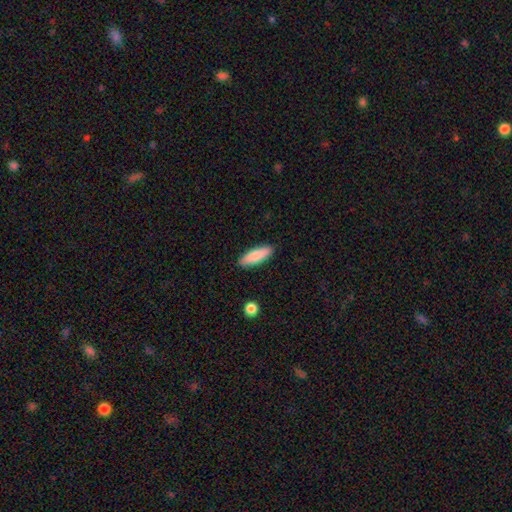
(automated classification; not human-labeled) Smooth or featured?
  - smooth: 85% *
  - featured or disk: 10%
  - star or artifact: 6%
How rounded?
  - in between: 54% *
  - cigar-shaped: 45%
  - round: 2%
Merging?
  - none: 89% *
  - minor disturbance: 8%
  - major disturbance: 2%
  - merger: 1%